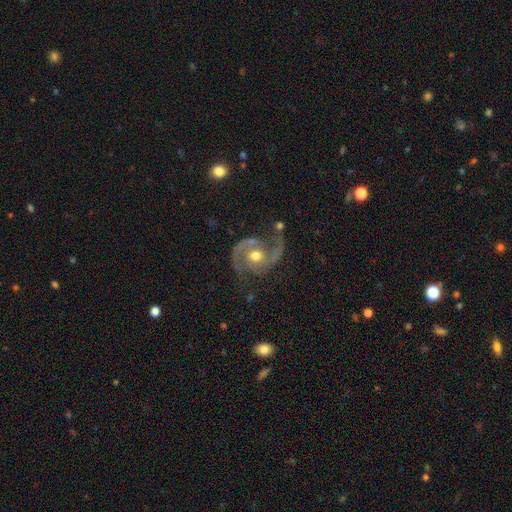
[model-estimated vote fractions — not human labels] This is clearly a featured or disk galaxy (89%). It is clearly not viewed edge-on (98%). Bar: likely no (66%). Spiral arm pattern: clearly yes (97%). Spiral arm count: clearly 2 (92%). Spiral winding: possibly medium (57%). Central bulge: likely moderate (76%). Merging: likely none (64%).